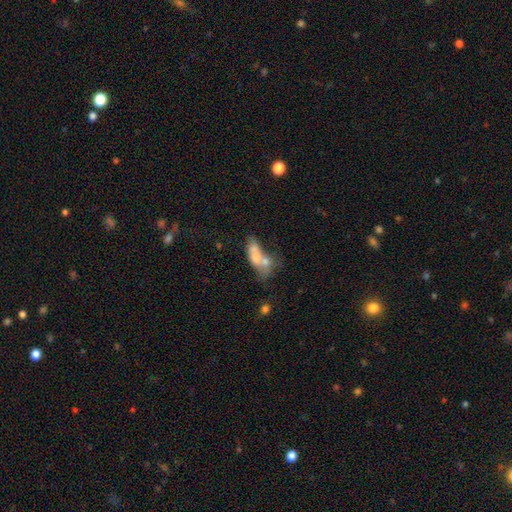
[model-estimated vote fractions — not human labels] Smooth or featured: smooth — 61% (featured or disk — 30%)
How rounded: in between — 70% (cigar-shaped — 20%)
Merging: merger — 63% (none — 17%)